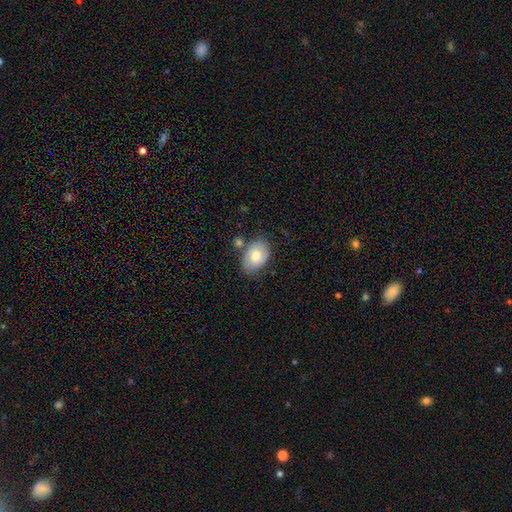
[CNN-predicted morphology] smooth-or-featured: smooth: 72% | featured or disk: 21% | star or artifact: 7%
  how-rounded: in between: 82% | round: 17% | cigar-shaped: 1%
  merging: none: 67% | minor disturbance: 19% | merger: 9% | major disturbance: 5%